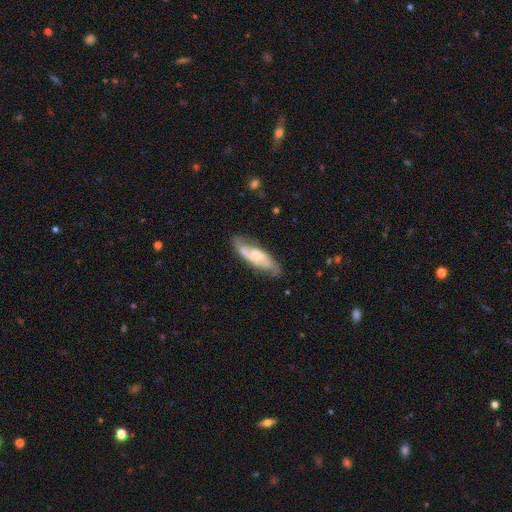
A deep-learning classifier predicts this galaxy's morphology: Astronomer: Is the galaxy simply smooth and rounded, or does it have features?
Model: featured or disk — 65%.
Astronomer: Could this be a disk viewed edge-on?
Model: no — 83%.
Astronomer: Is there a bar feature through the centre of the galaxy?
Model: no — 52% (runner-up: weak, 39%).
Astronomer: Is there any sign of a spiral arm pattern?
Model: yes — 88%.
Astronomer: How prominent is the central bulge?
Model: moderate — 44% (runner-up: small, 32%).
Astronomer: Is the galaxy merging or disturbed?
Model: none — 68%.